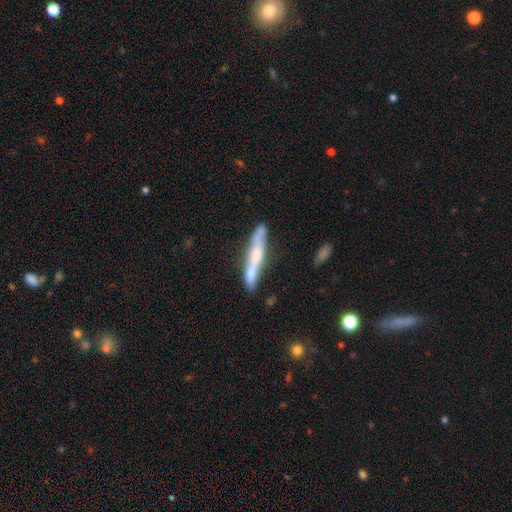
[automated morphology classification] Smooth or featured? Predicted: featured or disk (p=0.55). Edge-on disk? Predicted: yes (p=0.85). Merging? Predicted: none (p=0.66).